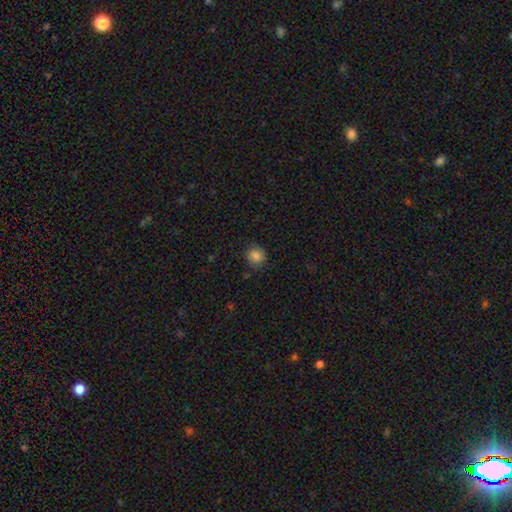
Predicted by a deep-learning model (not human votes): Smooth or featured?
  - smooth: 85% *
  - star or artifact: 10%
  - featured or disk: 5%
How rounded?
  - round: 79% *
  - in between: 21%
  - cigar-shaped: 1%
Merging?
  - none: 84% *
  - minor disturbance: 12%
  - major disturbance: 3%
  - merger: 1%